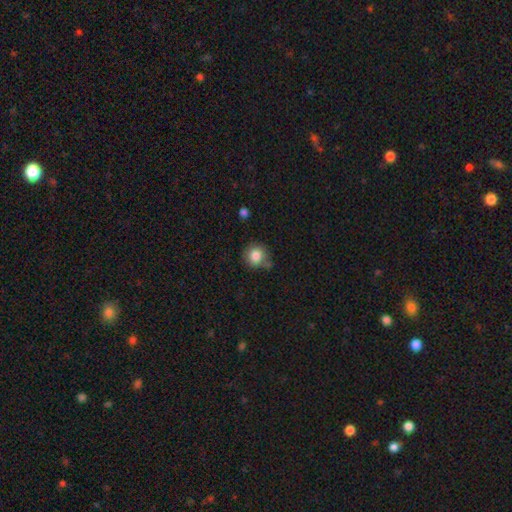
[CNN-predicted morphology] Overall: smooth (84%). How rounded: round (90%). Merging: none (68%).